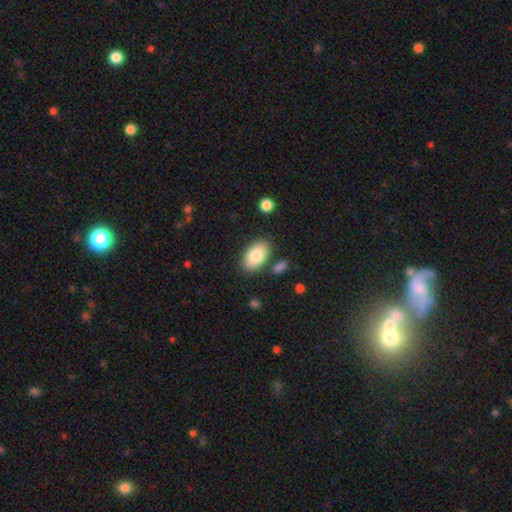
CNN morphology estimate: A smooth galaxy with no disk features (83%) that is in between round and cigar-shaped (94%). Merging: none (81%).